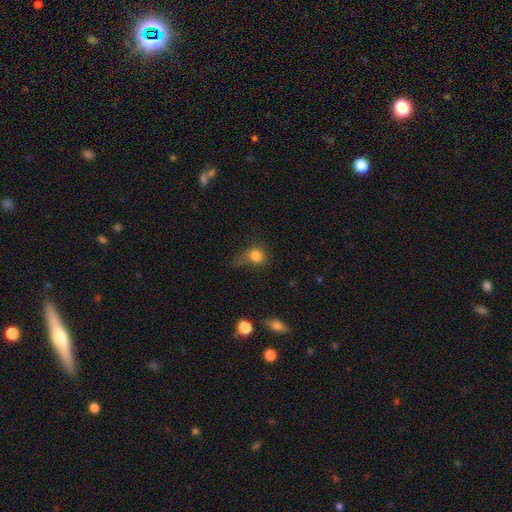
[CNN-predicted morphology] Smooth or featured: smooth — 80% (star or artifact — 12%)
How rounded: round — 69% (in between — 29%)
Merging: none — 41% (minor disturbance — 30%)